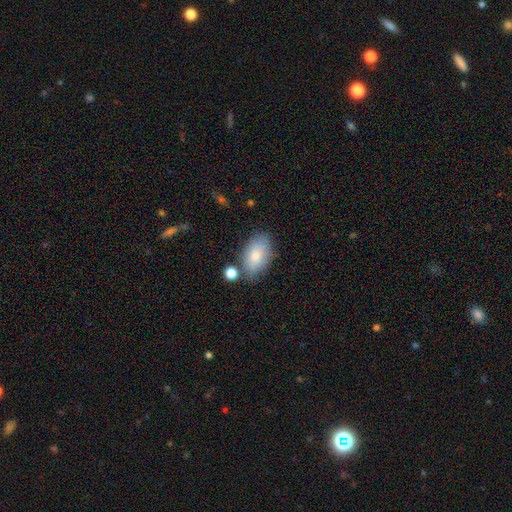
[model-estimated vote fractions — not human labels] smooth_or_featured: smooth (p=0.80) [alt: featured or disk p=0.13]
how_rounded: in between (p=0.93) [alt: round p=0.06]
merging: none (p=0.70) [alt: minor disturbance p=0.18]